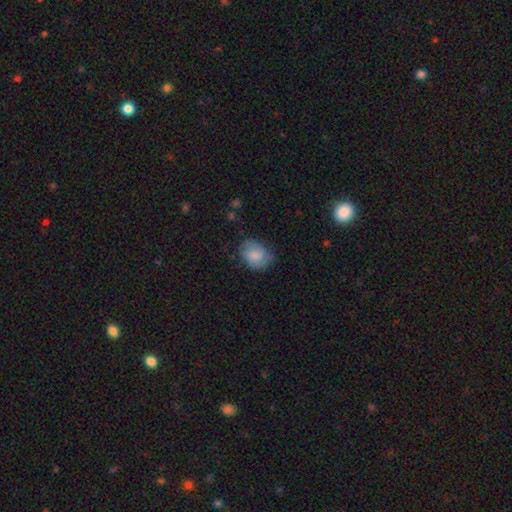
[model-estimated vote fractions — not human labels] This appears to be a smooth galaxy with no disk features (80%) that is in between round and cigar-shaped (64%). Merging: none (62%).